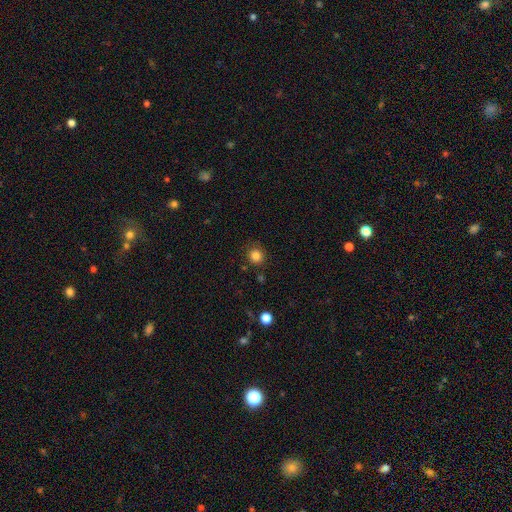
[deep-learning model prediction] A smooth galaxy with no disk features (84%) that is round (89%).

Vote fractions:
- Smooth or featured? smooth: 84% / star or artifact: 12% / featured or disk: 4%
- How rounded? round: 89% / in between: 10% / cigar-shaped: 1%
- Merging? none: 83% / minor disturbance: 11% / major disturbance: 3% / merger: 3%